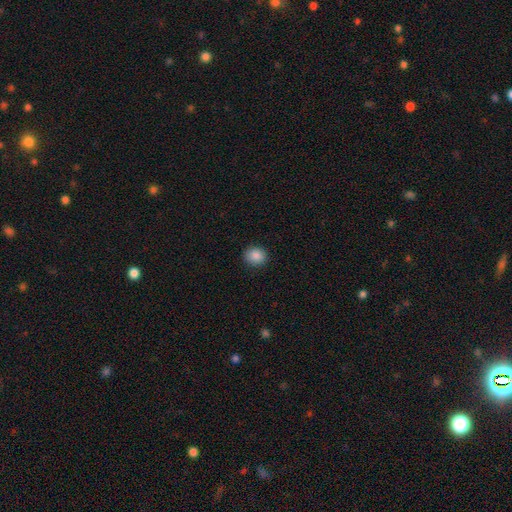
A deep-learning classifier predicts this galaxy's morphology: Overall: smooth (87%). How rounded: round (73%). Merging: none (90%).